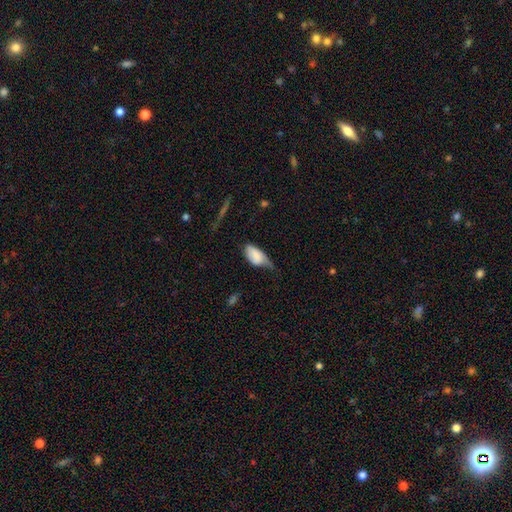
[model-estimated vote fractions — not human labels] Overall: smooth (73%). How rounded: in between (93%). Merging: minor disturbance (46%; major disturbance 28%).